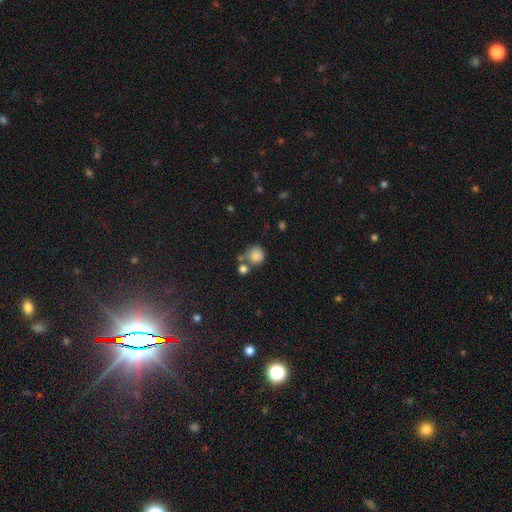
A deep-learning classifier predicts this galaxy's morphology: type=smooth (83%); roundness=round (86%); merging=none (50%).